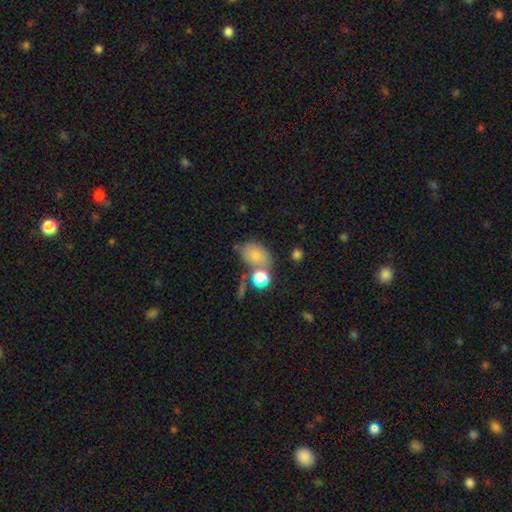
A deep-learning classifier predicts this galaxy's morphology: Smooth or featured? smooth (75%)
How rounded? in between (76%)
Merging? none (52%)